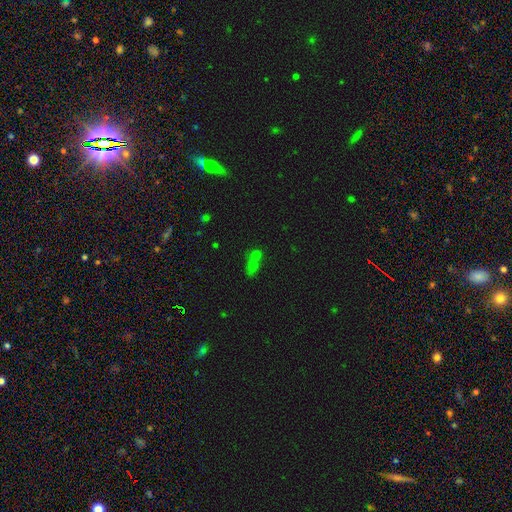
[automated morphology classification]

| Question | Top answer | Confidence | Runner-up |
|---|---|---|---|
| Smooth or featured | smooth | 56% | star or artifact (31%) |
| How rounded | in between | 56% | round (36%) |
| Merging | merger | 47% | none (35%) |